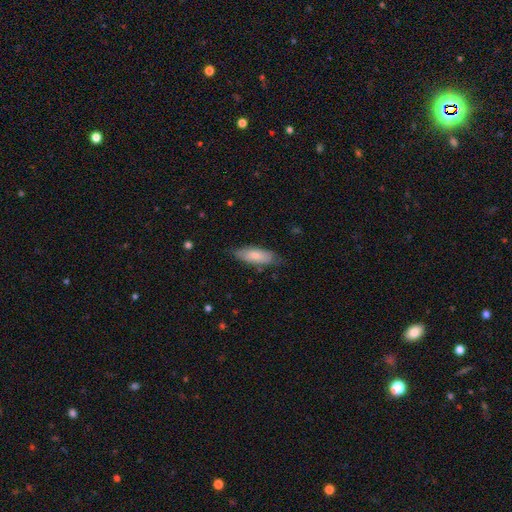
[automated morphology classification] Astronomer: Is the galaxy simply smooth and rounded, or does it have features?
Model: smooth — 77%.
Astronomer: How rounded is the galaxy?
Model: in between — 64%.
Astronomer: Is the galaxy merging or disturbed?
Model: none — 74%.